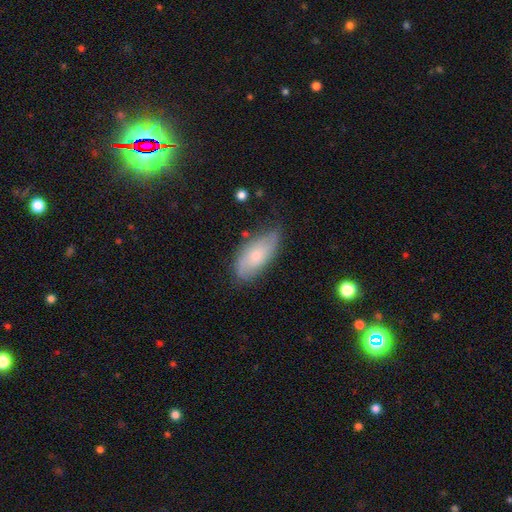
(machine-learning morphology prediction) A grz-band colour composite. It shows a smooth galaxy with no disk features (50%) that is in between round and cigar-shaped (88%). Merging: none (68%).